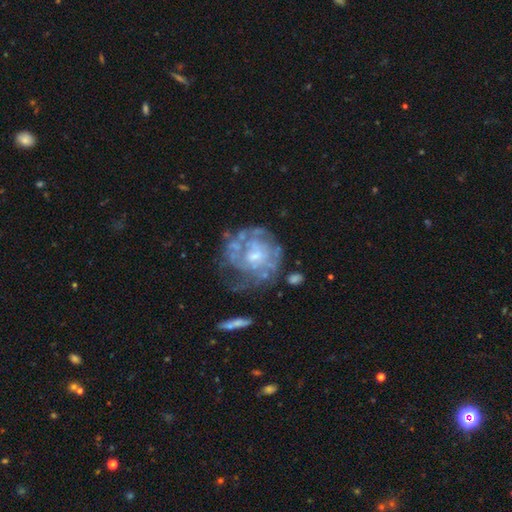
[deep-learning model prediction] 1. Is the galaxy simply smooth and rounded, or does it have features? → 73% featured or disk, 19% smooth, 8% star or artifact.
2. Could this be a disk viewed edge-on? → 98% no, 2% yes.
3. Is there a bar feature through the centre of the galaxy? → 74% no, 22% weak, 4% strong.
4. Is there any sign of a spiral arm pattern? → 55% no, 45% yes.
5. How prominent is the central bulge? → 48% small, 34% moderate, 13% none, 3% large, 1% dominant.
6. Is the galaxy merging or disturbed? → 51% none, 22% minor disturbance, 21% major disturbance, 6% merger.